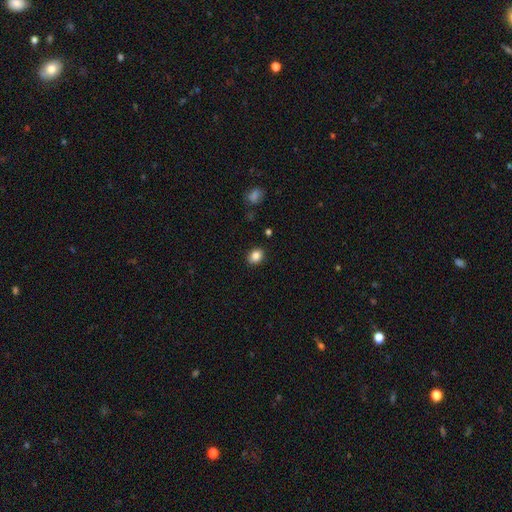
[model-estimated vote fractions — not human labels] smooth_or_featured: smooth (p=0.85) [alt: star or artifact p=0.09]
how_rounded: in between (p=0.64) [alt: round p=0.35]
merging: none (p=0.87) [alt: minor disturbance p=0.10]